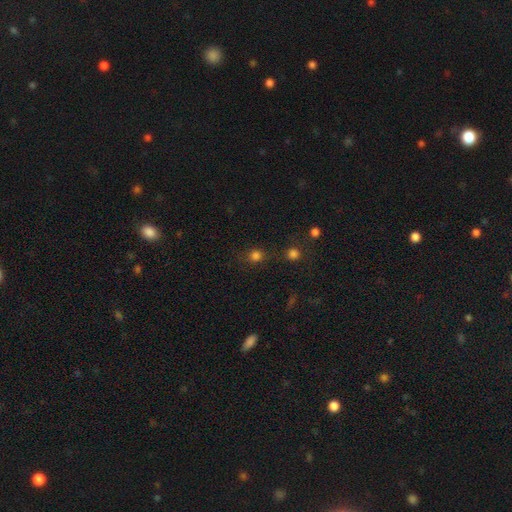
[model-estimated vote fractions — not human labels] This appears to be a smooth galaxy with no disk features (76%) that is round (82%). Merging: none (71%).